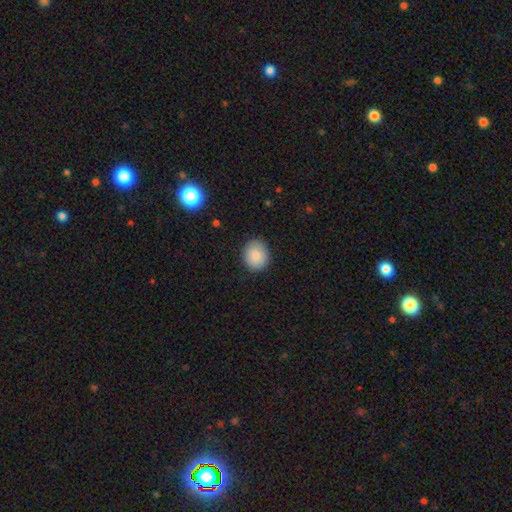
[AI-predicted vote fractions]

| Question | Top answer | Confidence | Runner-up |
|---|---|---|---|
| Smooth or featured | smooth | 86% | star or artifact (8%) |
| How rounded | round | 73% | in between (26%) |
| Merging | none | 87% | minor disturbance (9%) |